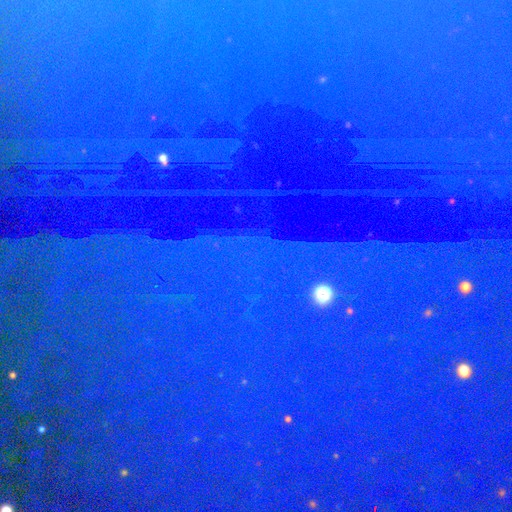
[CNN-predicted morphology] Q: Smooth or featured?
A: star or artifact (86%); runner-up: featured or disk (7%)